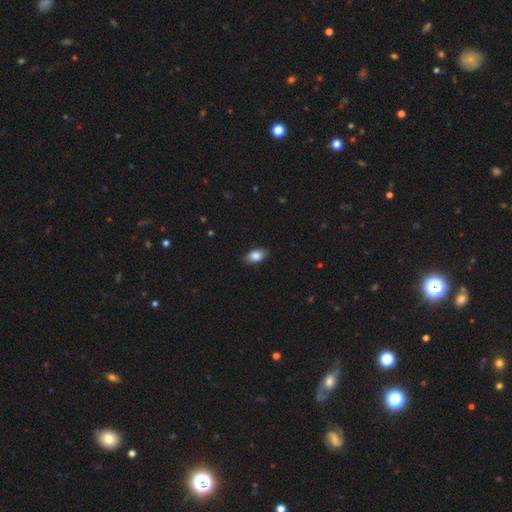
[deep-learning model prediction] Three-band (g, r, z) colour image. It shows a smooth galaxy with no disk features (86%) that is in between round and cigar-shaped (90%). Merging: none (87%).